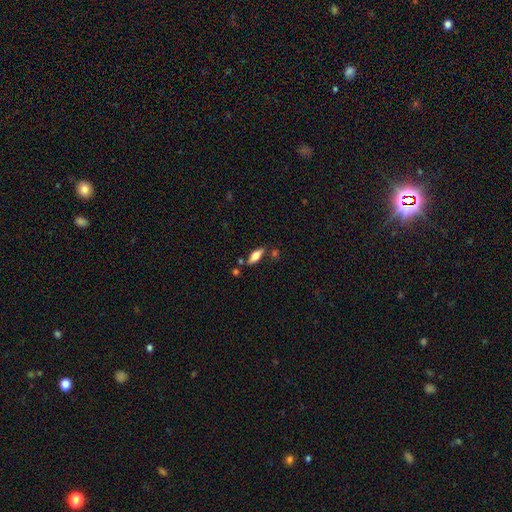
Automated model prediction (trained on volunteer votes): smooth-or-featured: smooth: 64% | featured or disk: 29% | star or artifact: 7%
  how-rounded: in between: 71% | cigar-shaped: 27% | round: 3%
  merging: none: 76% | minor disturbance: 13% | merger: 8% | major disturbance: 3%